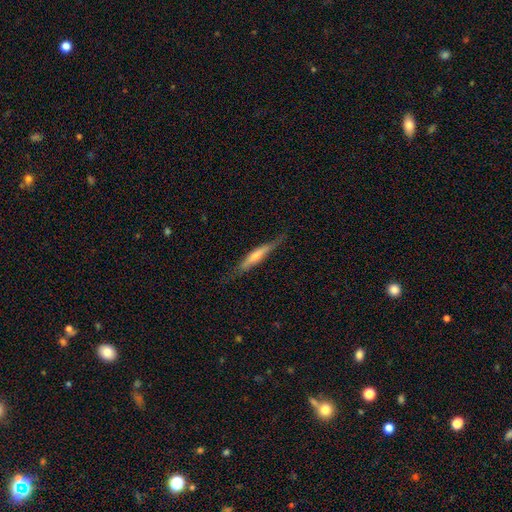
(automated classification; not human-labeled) Smooth or featured? Predicted: featured or disk (p=0.56). Edge-on disk? Predicted: yes (p=0.93). Edge-on bulge? Predicted: rounded (p=0.60). Merging? Predicted: none (p=0.77).